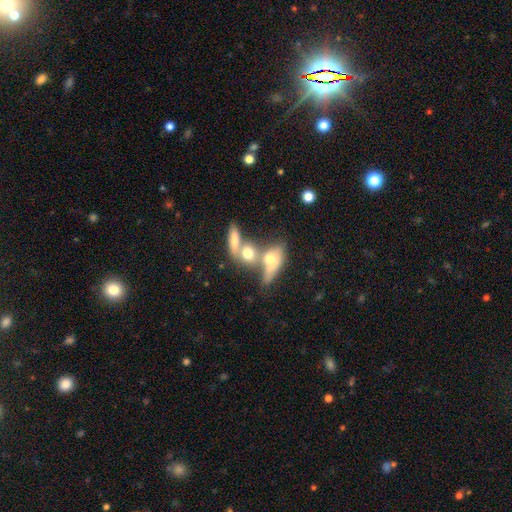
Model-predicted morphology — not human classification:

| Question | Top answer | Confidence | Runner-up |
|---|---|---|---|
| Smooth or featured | featured or disk | 50% | smooth (32%) |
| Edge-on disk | yes | 51% | no (49%) |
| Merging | merger | 63% | none (24%) |